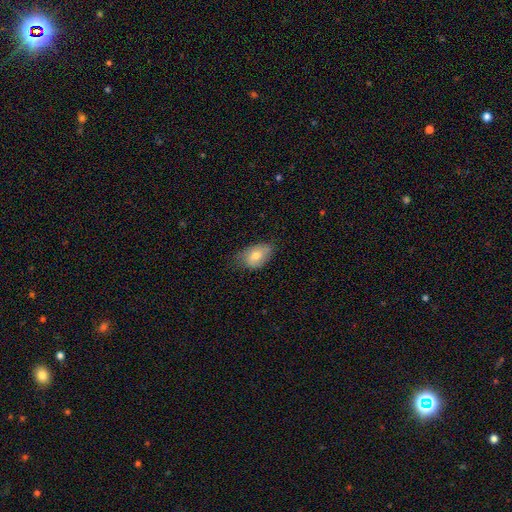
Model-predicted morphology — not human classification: Smooth or featured? smooth (70%)
How rounded? in between (90%)
Merging? none (62%)